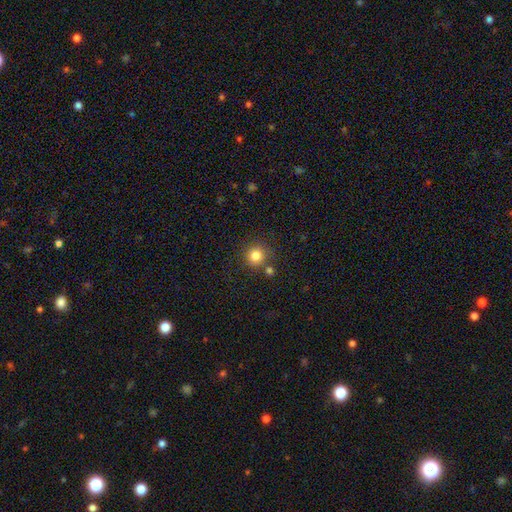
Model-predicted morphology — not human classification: Smooth or featured? Predicted: smooth (p=0.82). How rounded? Predicted: round (p=0.94). Merging? Predicted: none (p=0.79).